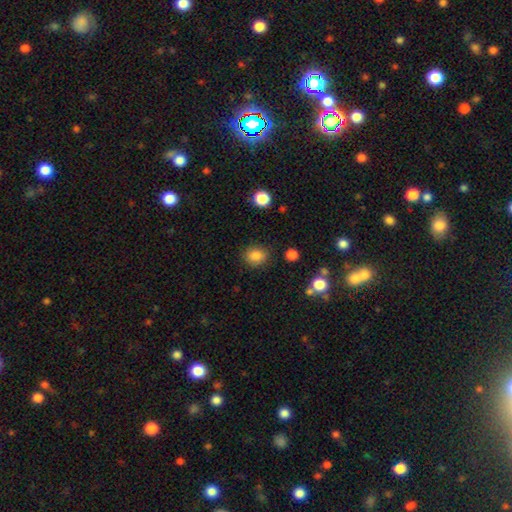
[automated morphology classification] smooth 85%, star or artifact 11%, featured or disk 5%. Down the decision tree: how rounded — round (68%); merging — none (85%).